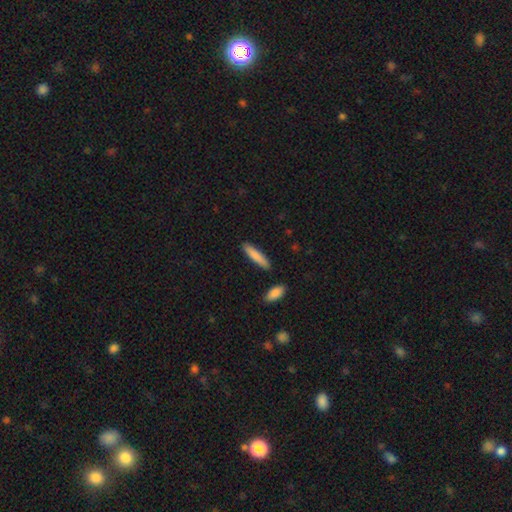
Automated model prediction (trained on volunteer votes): Q: Smooth or featured?
A: smooth (83%); runner-up: featured or disk (11%)
Q: How rounded?
A: cigar-shaped (82%); runner-up: in between (17%)
Q: Merging?
A: none (87%); runner-up: minor disturbance (8%)